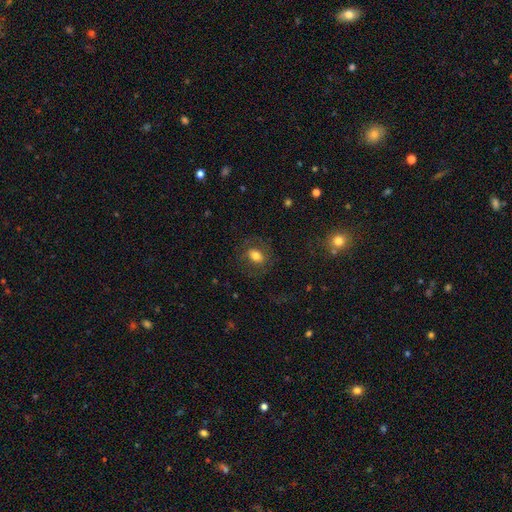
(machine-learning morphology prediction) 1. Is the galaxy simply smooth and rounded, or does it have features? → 66% smooth, 22% featured or disk, 11% star or artifact.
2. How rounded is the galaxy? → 60% in between, 38% round, 1% cigar-shaped.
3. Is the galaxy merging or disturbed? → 74% none, 14% minor disturbance, 11% major disturbance, 1% merger.